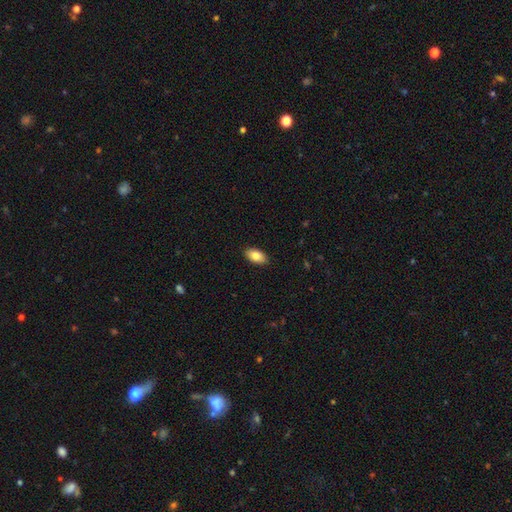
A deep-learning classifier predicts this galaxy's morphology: A smooth galaxy with no disk features (84%) that is in between round and cigar-shaped (93%). Merging: none (90%).